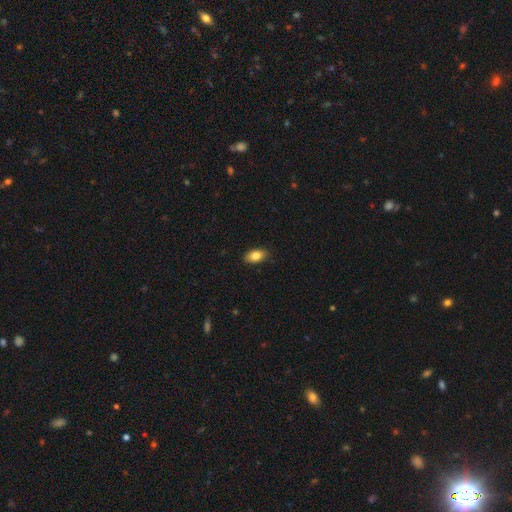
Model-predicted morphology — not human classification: smooth_or_featured: smooth (p=0.84) [alt: featured or disk p=0.08]
how_rounded: in between (p=0.91) [alt: round p=0.07]
merging: none (p=0.88) [alt: minor disturbance p=0.09]